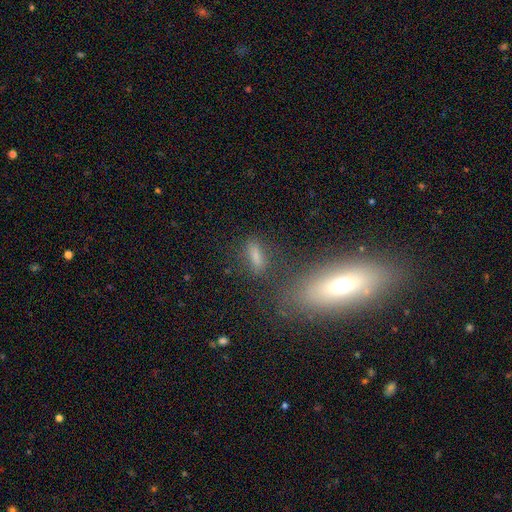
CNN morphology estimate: Smooth or featured?
  - smooth: 64% *
  - featured or disk: 19%
  - star or artifact: 17%
How rounded?
  - cigar-shaped: 46% * (tied)
  - in between: 46% * (tied)
  - round: 8%
Merging?
  - none: 65% *
  - minor disturbance: 16%
  - merger: 10%
  - major disturbance: 8%